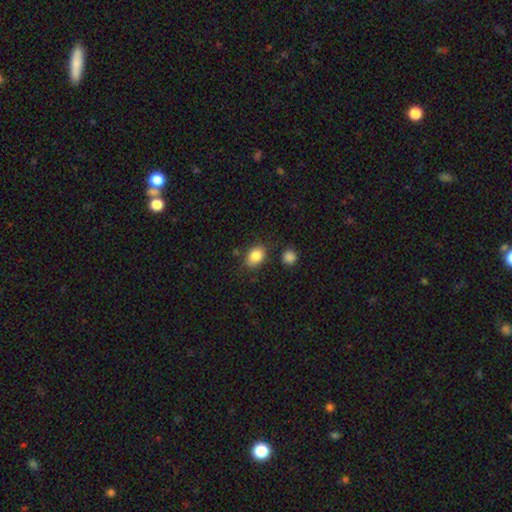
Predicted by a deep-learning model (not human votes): Smooth or featured? smooth (84%)
How rounded? in between (73%)
Merging? none (78%)